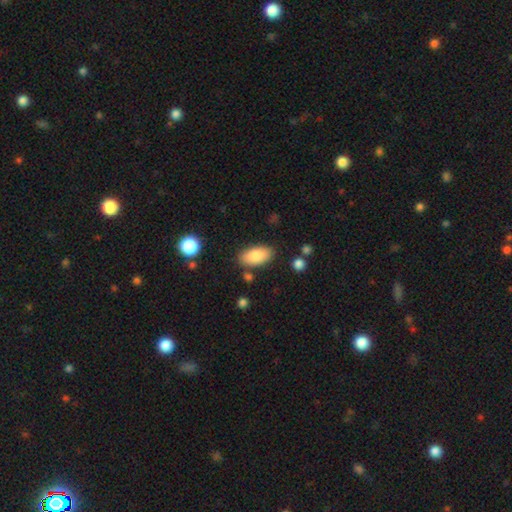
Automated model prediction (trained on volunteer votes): This is clearly a smooth galaxy (85%). How rounded: clearly in between (93%). Merging: clearly none (81%).